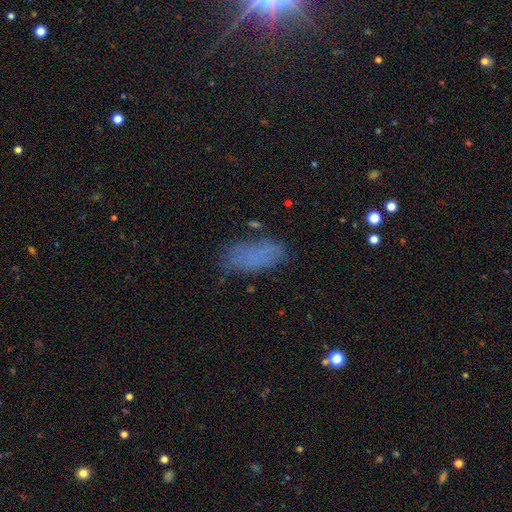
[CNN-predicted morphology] A smooth galaxy with no disk features (73%) that is in between round and cigar-shaped (85%).

Vote fractions:
- Smooth or featured? smooth: 73% / star or artifact: 14% / featured or disk: 14%
- How rounded? in between: 85% / cigar-shaped: 12% / round: 3%
- Merging? none: 65% / minor disturbance: 22% / major disturbance: 10% / merger: 3%